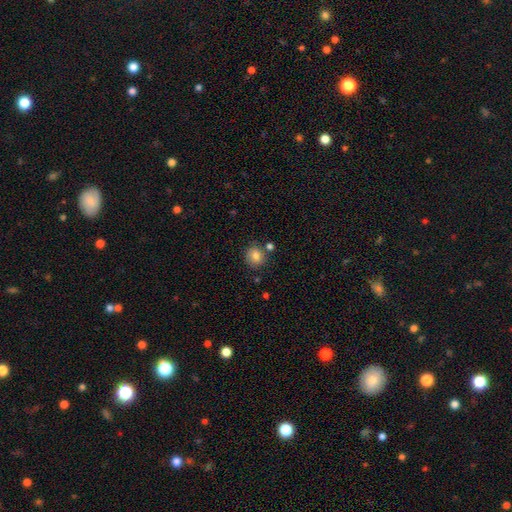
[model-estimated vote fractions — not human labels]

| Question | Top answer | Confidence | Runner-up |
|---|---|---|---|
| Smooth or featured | smooth | 79% | featured or disk (11%) |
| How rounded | round | 85% | in between (14%) |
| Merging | none | 77% | minor disturbance (12%) |